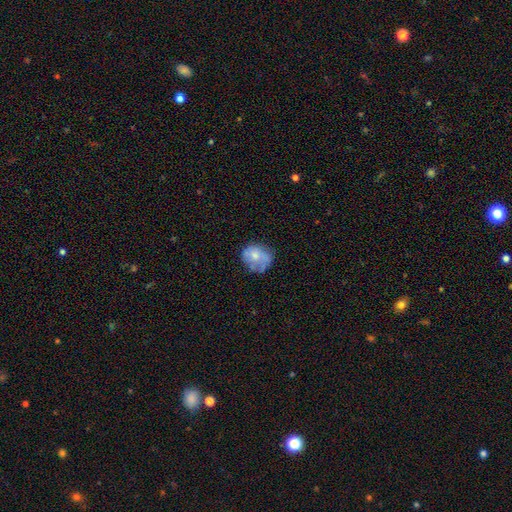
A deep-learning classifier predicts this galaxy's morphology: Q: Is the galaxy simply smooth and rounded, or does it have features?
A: smooth — 58%.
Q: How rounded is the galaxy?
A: round — 67%.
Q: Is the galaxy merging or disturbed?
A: none — 51%.